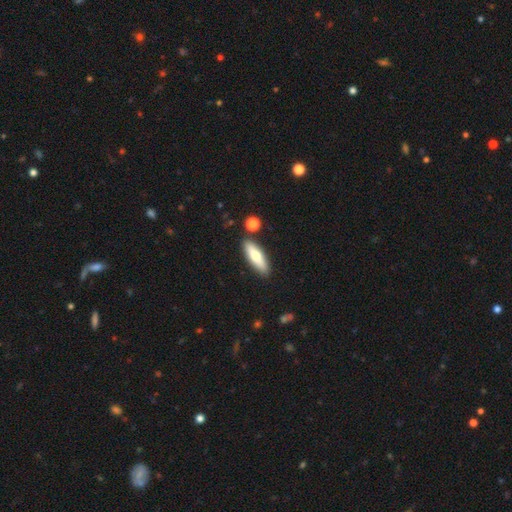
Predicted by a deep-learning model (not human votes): This is likely a smooth galaxy (64%). How rounded: possibly cigar-shaped (54%). Merging: clearly none (85%).